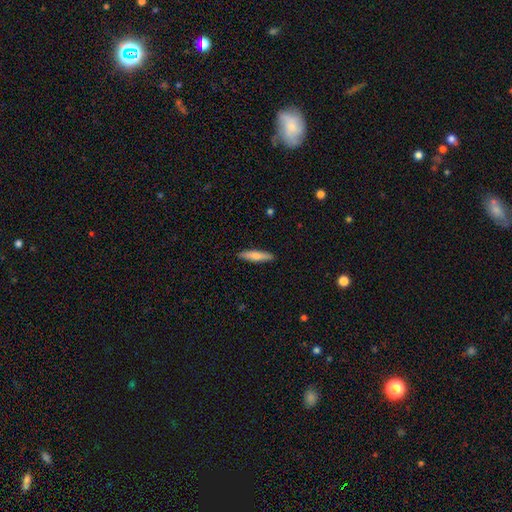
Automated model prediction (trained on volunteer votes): smooth_or_featured: smooth (p=0.73) [alt: featured or disk p=0.21]
how_rounded: cigar-shaped (p=0.82) [alt: in between p=0.16]
merging: none (p=0.90) [alt: minor disturbance p=0.07]